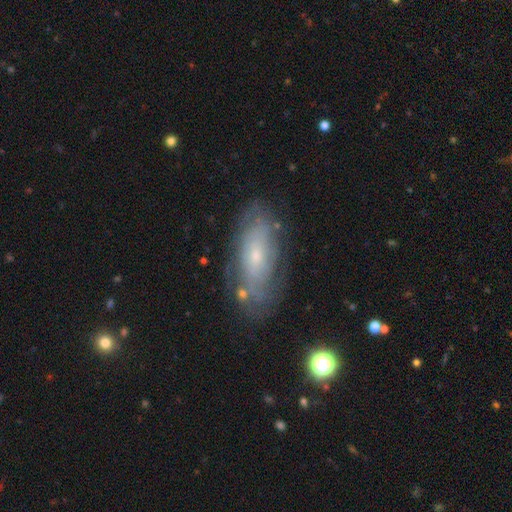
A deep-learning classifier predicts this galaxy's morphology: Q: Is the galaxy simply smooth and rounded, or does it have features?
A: featured or disk — 56%.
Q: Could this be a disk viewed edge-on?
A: no — 82%.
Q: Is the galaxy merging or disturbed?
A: none — 74%.